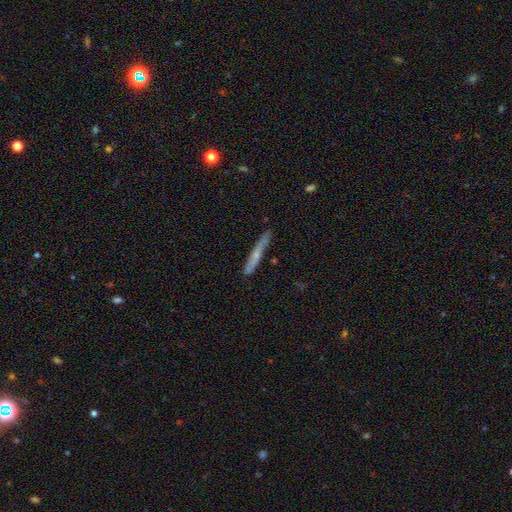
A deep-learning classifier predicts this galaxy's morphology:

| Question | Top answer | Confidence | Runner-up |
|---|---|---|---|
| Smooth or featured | smooth | 49% | featured or disk (45%) |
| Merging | none | 79% | minor disturbance (16%) |